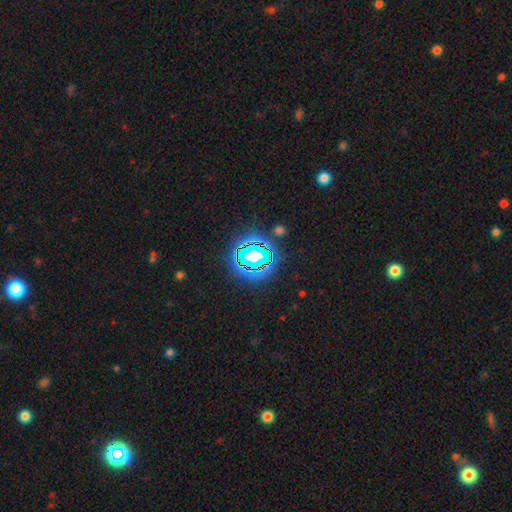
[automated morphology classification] Smooth or featured: star or artifact — 67% (smooth — 19%)